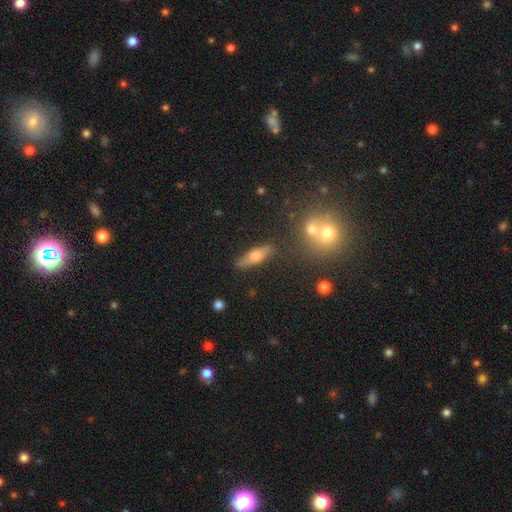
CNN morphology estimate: smooth 45% (tied), featured or disk 45% (tied), star or artifact 10%. Down the decision tree: merging — none (79%).